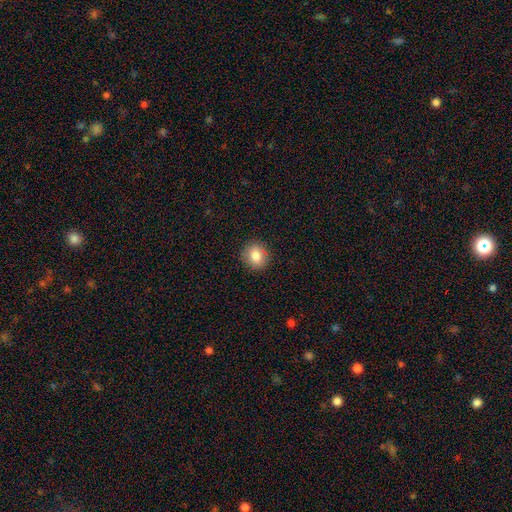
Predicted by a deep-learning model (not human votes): A smooth galaxy with no disk features (81%) that is round (81%). Merging: none (88%).